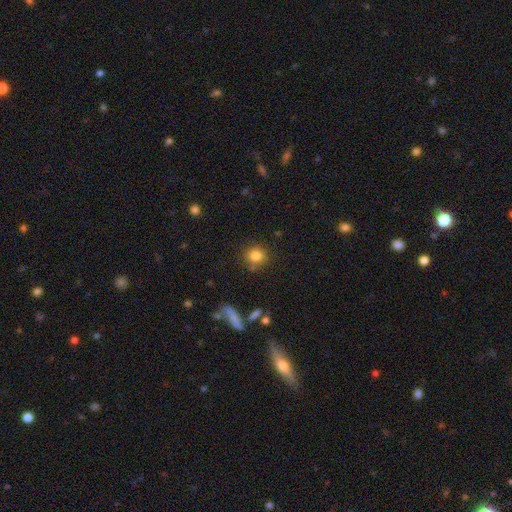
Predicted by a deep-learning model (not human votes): smooth 83%, star or artifact 11%, featured or disk 7%. Down the decision tree: how rounded — round (87%); merging — none (80%).